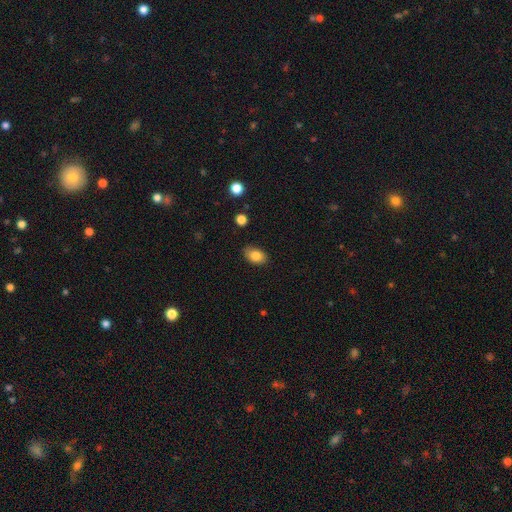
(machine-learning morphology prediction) This appears to be a smooth galaxy with no disk features (84%) that is in between round and cigar-shaped (85%). Merging: none (83%).